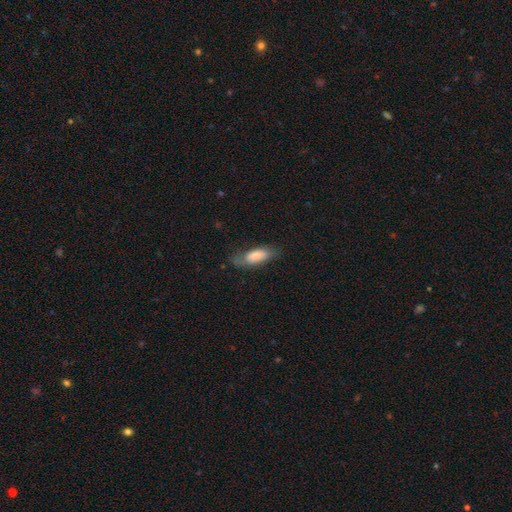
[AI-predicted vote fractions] A smooth galaxy with no disk features (76%) that is in between round and cigar-shaped (74%). Merging: none (58%).